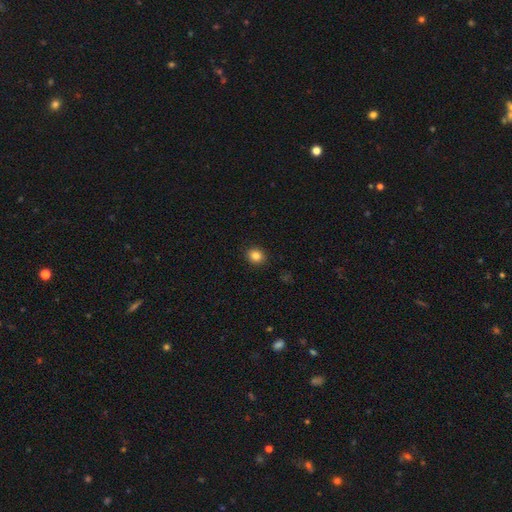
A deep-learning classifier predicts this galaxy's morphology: This appears to be a smooth galaxy with no disk features (84%) that is round (77%). Merging: none (91%).